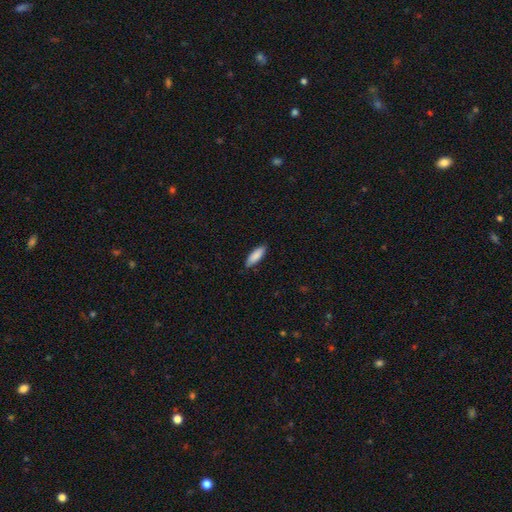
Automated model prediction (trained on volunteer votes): Smooth or featured? smooth (87%)
How rounded? in between (54%)
Merging? none (84%)